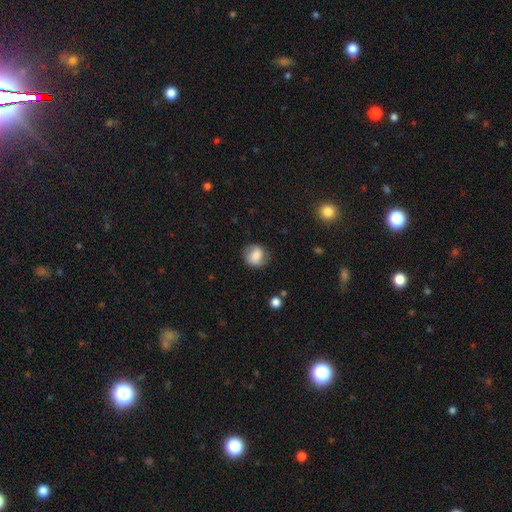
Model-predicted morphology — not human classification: Smooth or featured? smooth (69%)
How rounded? round (79%)
Merging? none (76%)